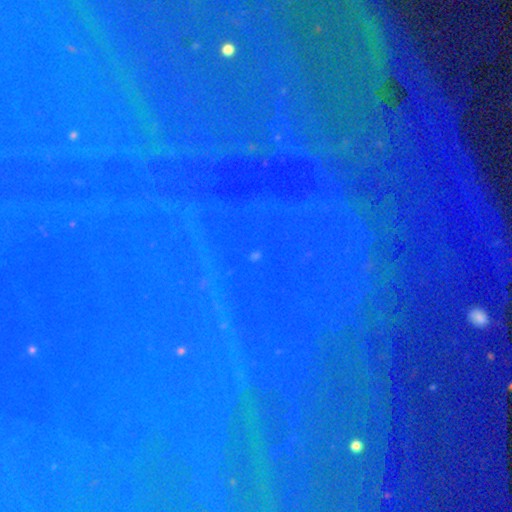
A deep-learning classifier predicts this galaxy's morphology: A star or artifact, not a galaxy (81%).